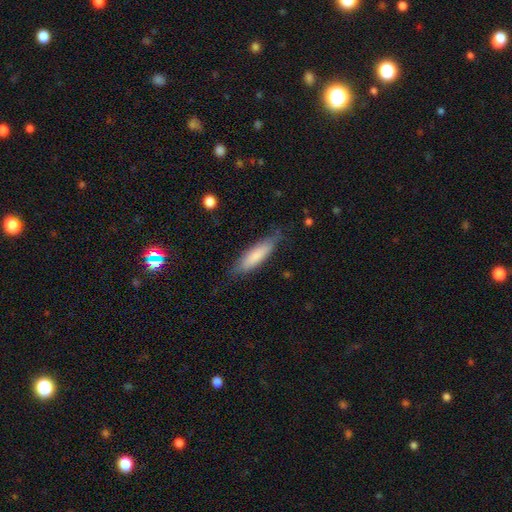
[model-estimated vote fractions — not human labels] Smooth or featured? smooth (78%)
How rounded? cigar-shaped (62%)
Merging? none (77%)